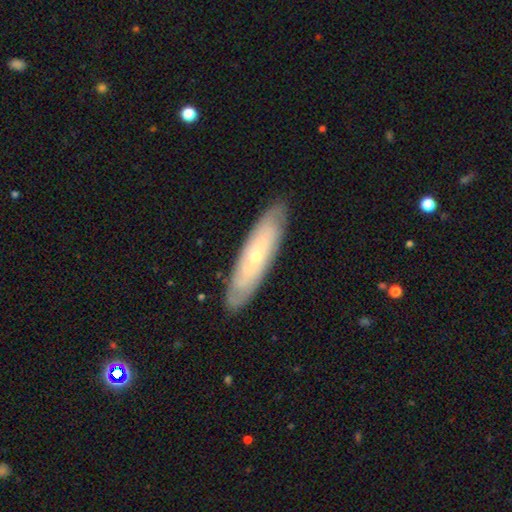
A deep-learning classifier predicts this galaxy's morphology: Overall: featured or disk (64%; smooth 29%). Edge-on disk: no (65%; yes 35%). Merging: none (87%).